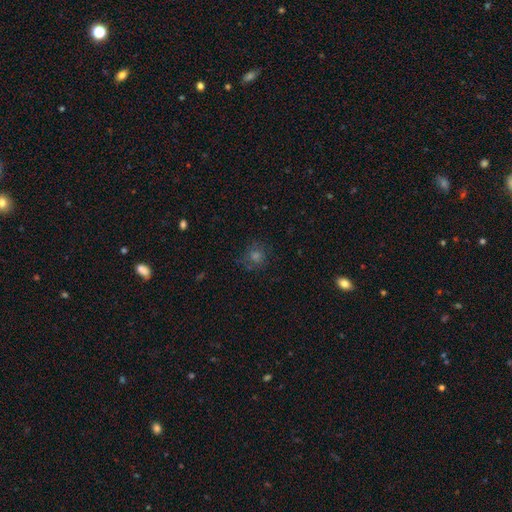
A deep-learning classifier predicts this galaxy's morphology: Smooth or featured? Predicted: smooth (p=0.53). How rounded? Predicted: round (p=0.85). Merging? Predicted: none (p=0.75).